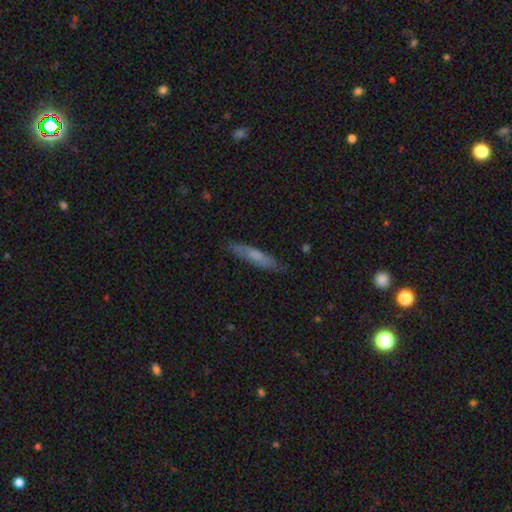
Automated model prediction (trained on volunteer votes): The model was most divided on "smooth or featured": smooth: 62%, featured or disk: 31%, star or artifact: 7%. More confident: how rounded — cigar-shaped (86%); merging — none (83%).